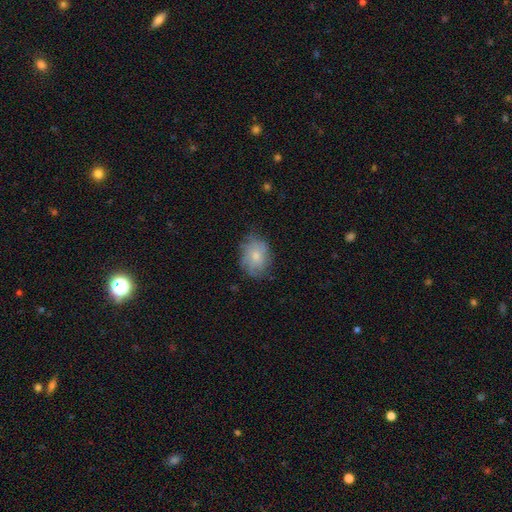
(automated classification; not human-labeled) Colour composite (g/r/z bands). It shows a smooth galaxy with no disk features (53%) that is in between round and cigar-shaped (60%). Merging: none (65%).